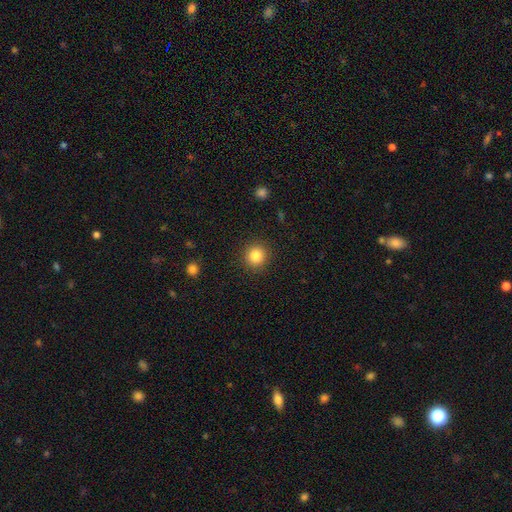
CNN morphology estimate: Smooth or featured?
  - smooth: 85% *
  - star or artifact: 10%
  - featured or disk: 5%
How rounded?
  - round: 92% *
  - in between: 7%
  - cigar-shaped: 1%
Merging?
  - none: 90% *
  - minor disturbance: 6%
  - major disturbance: 2%
  - merger: 1%